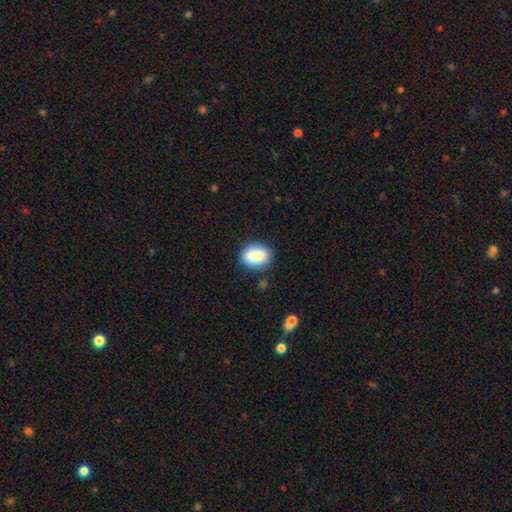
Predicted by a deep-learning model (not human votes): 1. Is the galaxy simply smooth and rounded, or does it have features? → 84% smooth, 8% featured or disk, 8% star or artifact.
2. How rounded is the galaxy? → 70% in between, 27% round, 2% cigar-shaped.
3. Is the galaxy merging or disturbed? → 80% none, 14% minor disturbance, 3% major disturbance, 3% merger.